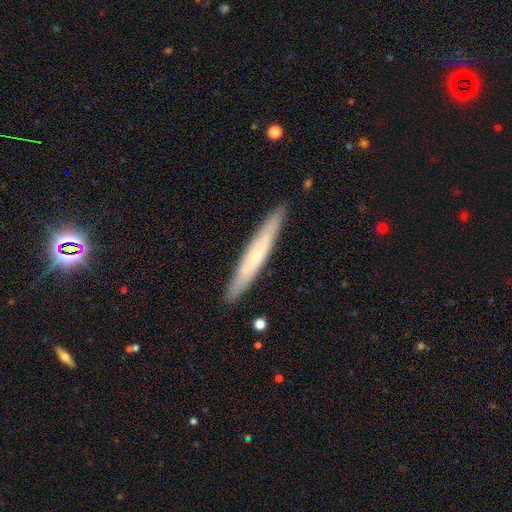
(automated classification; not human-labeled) Smooth or featured: smooth — 48% (featured or disk — 47%)
Merging: none — 90% (minor disturbance — 7%)